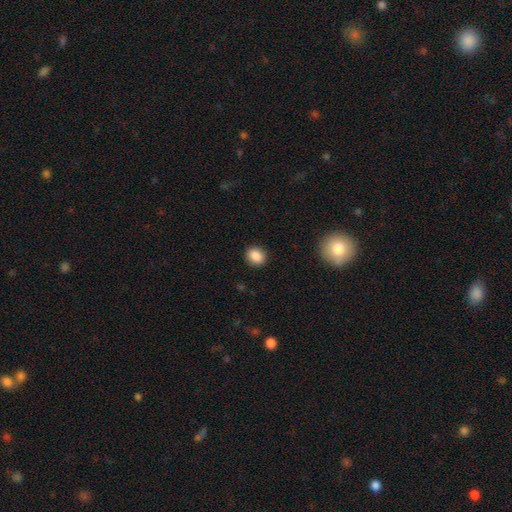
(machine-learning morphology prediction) This appears to be a smooth galaxy with no disk features (88%) that is round (66%). Merging: none (90%).